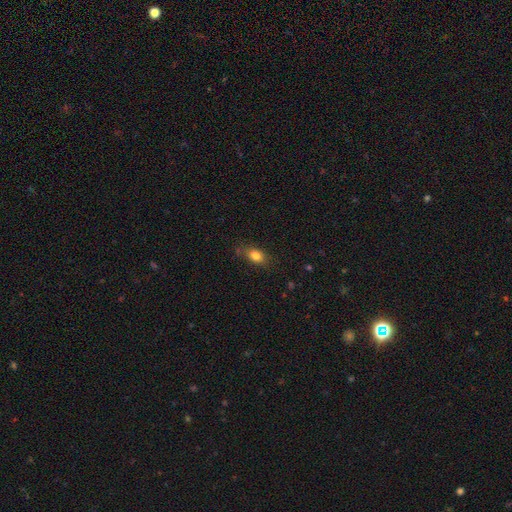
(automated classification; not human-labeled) A smooth galaxy with no disk features (81%) that is in between round and cigar-shaped (76%). Merging: none (76%).